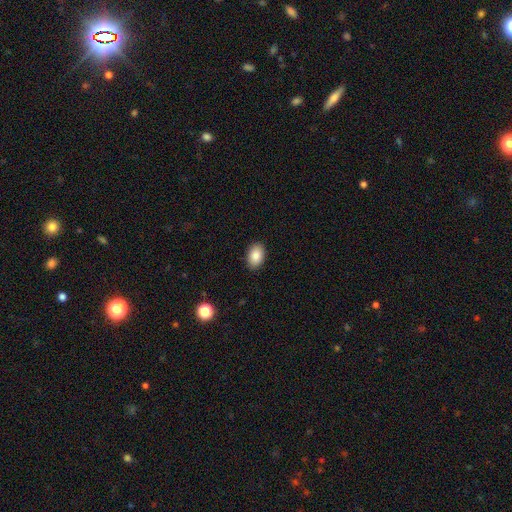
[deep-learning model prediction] Smooth or featured?
  - smooth: 86% *
  - star or artifact: 8%
  - featured or disk: 6%
How rounded?
  - in between: 88% *
  - round: 11%
  - cigar-shaped: 1%
Merging?
  - none: 89% *
  - minor disturbance: 8%
  - major disturbance: 2%
  - merger: 1%